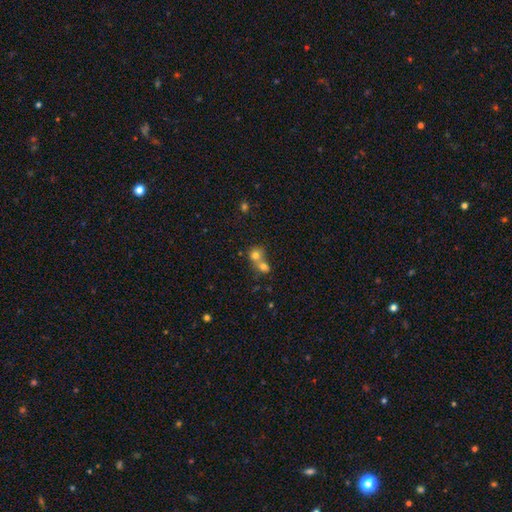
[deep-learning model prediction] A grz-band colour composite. It shows a smooth galaxy with no disk features (74%) that is round (76%). Merging: merger (65%).